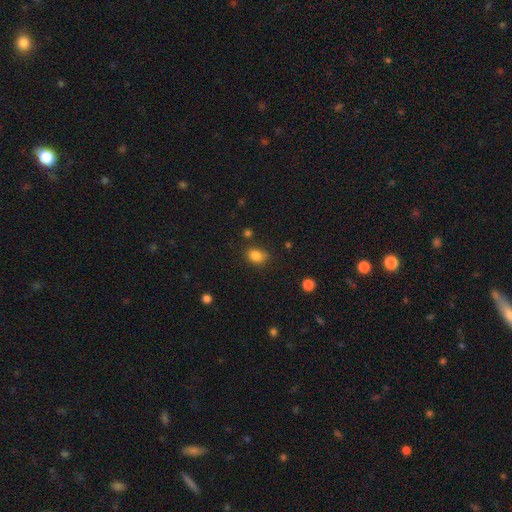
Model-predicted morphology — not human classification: Smooth or featured?
  - smooth: 84% *
  - star or artifact: 11%
  - featured or disk: 5%
How rounded?
  - in between: 59% *
  - round: 39%
  - cigar-shaped: 1%
Merging?
  - none: 71% *
  - minor disturbance: 21%
  - major disturbance: 5%
  - merger: 4%